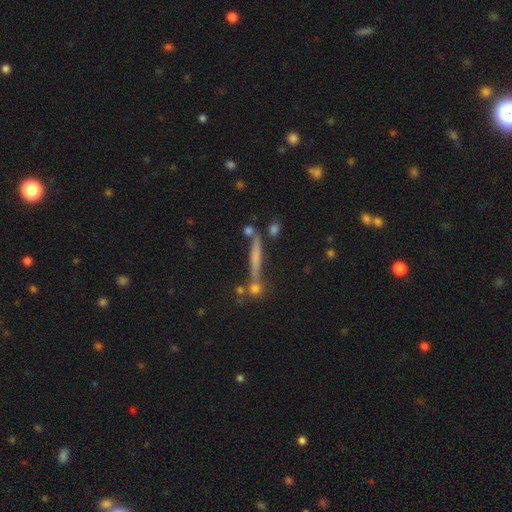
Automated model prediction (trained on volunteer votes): Q: Smooth or featured?
A: featured or disk (45%); runner-up: smooth (44%)
Q: Merging?
A: none (71%); runner-up: minor disturbance (13%)